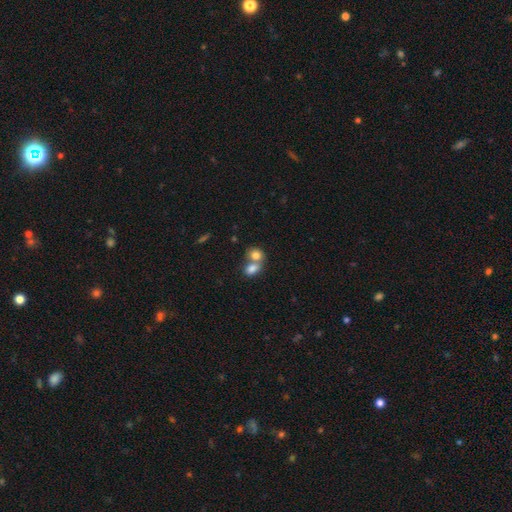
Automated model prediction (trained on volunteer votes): smooth 80%, featured or disk 11%, star or artifact 9%. Down the decision tree: how rounded — in between (53%); merging — merger (64%).